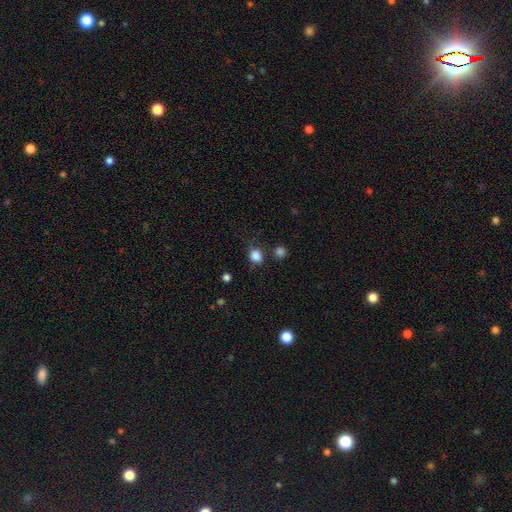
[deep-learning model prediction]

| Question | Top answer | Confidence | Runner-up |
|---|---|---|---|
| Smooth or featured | smooth | 85% | star or artifact (11%) |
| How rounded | round | 70% | in between (29%) |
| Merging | none | 70% | minor disturbance (18%) |